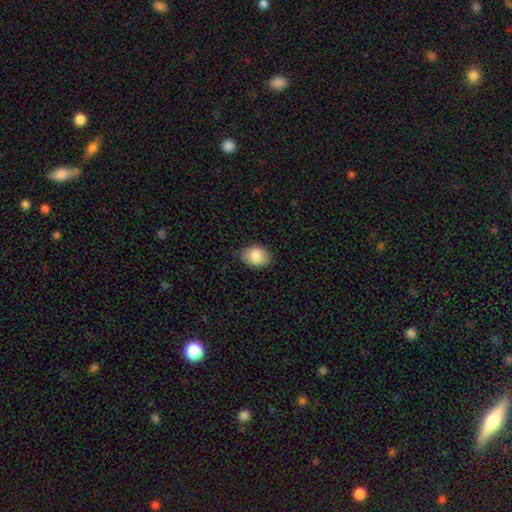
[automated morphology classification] The model was most divided on "how rounded": in between: 76%, round: 23%, cigar-shaped: 1%. More confident: smooth or featured — smooth (85%); merging — none (81%).